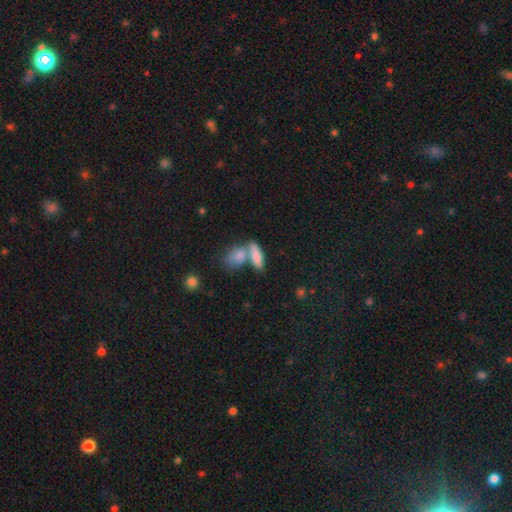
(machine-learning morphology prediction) A smooth galaxy with no disk features (79%) that is in between round and cigar-shaped (67%).

Vote fractions:
- Smooth or featured? smooth: 79% / featured or disk: 14% / star or artifact: 7%
- How rounded? in between: 67% / cigar-shaped: 27% / round: 6%
- Merging? merger: 48% / none: 38% / minor disturbance: 10% / major disturbance: 4%